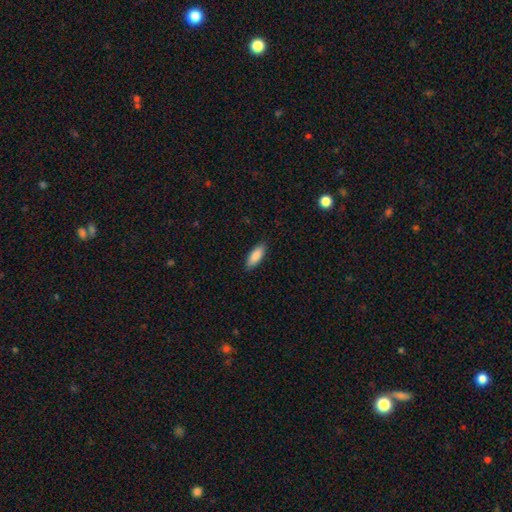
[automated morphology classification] Overall: smooth (89%). How rounded: in between (75%). Merging: none (88%).